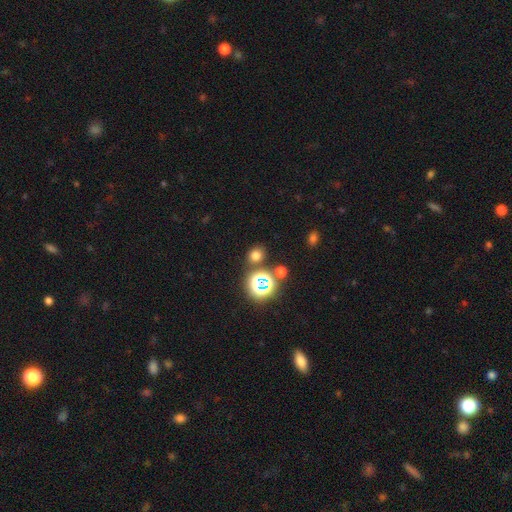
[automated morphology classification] Smooth or featured: smooth — 65% (star or artifact — 29%)
How rounded: round — 70% (in between — 29%)
Merging: none — 81% (minor disturbance — 9%)